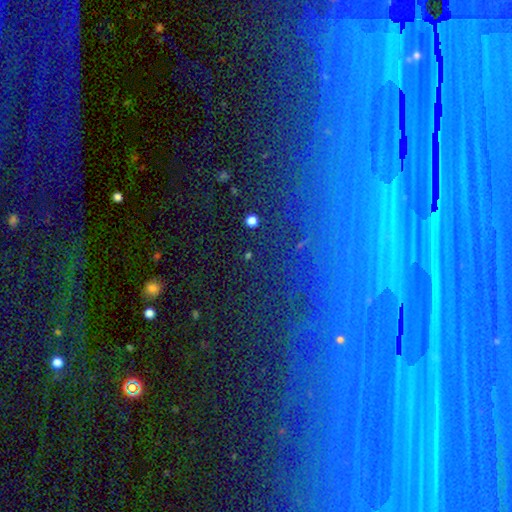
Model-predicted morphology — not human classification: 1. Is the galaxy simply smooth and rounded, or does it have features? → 69% star or artifact, 18% featured or disk, 13% smooth.